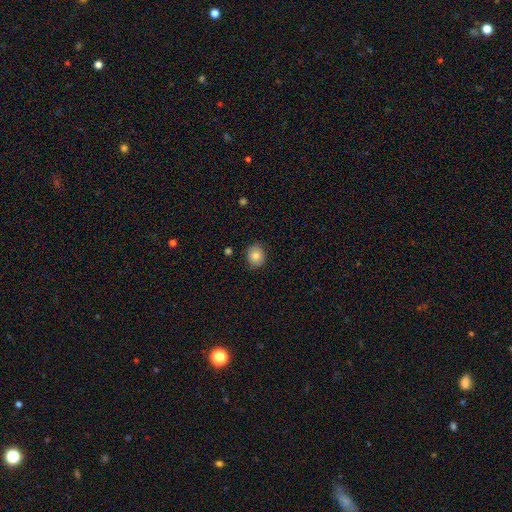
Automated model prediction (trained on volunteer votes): smooth-or-featured: smooth: 83% | star or artifact: 9% | featured or disk: 8%
  how-rounded: round: 74% | in between: 25% | cigar-shaped: 1%
  merging: none: 84% | minor disturbance: 12% | major disturbance: 2% | merger: 2%